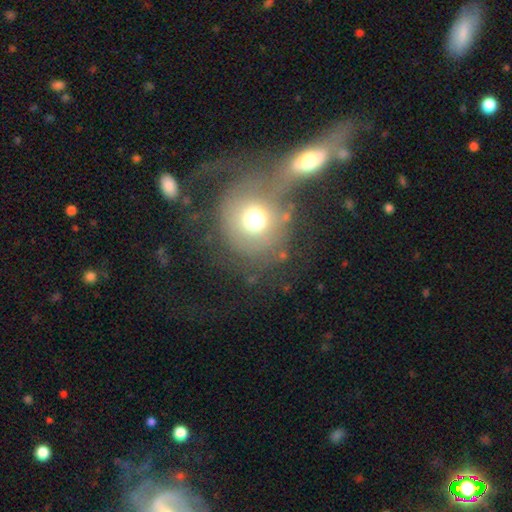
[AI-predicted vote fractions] The model was most divided on "merging": merger: 46%, none: 32%, minor disturbance: 11%, major disturbance: 11%. More confident: edge-on disk — no (91%); smooth or featured — featured or disk (54%).